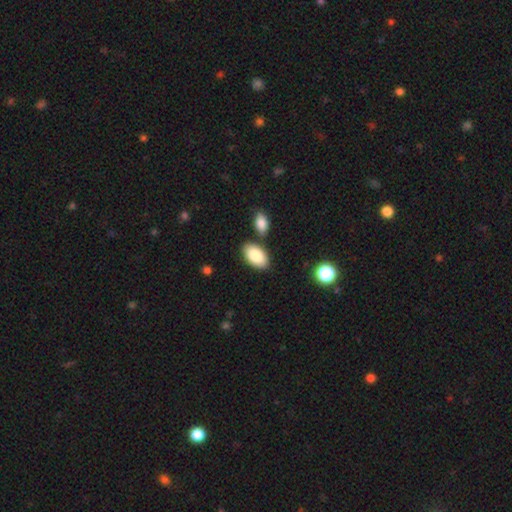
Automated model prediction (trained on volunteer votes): Smooth or featured? smooth (86%)
How rounded? in between (95%)
Merging? none (77%)